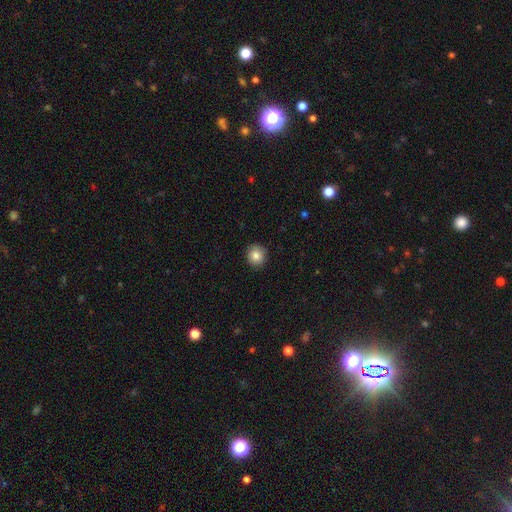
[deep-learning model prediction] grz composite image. It shows a smooth galaxy with no disk features (83%) that is round (89%). Merging: none (90%).